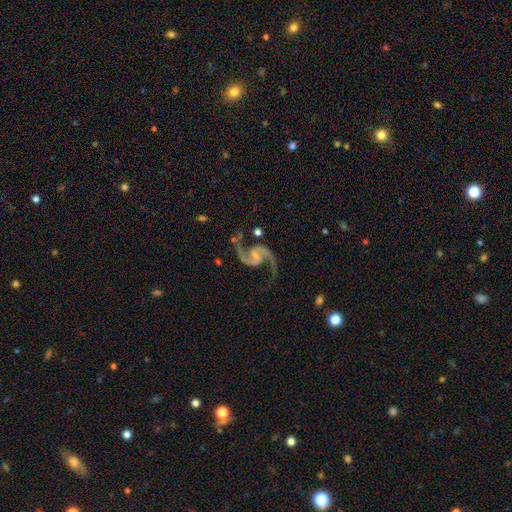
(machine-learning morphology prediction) This appears to be a featured or disk galaxy (94%) with no bar (47%), 2 (95%) loose (51%) spiral arms (98%) and a small central bulge (53%). Merging: none (72%).